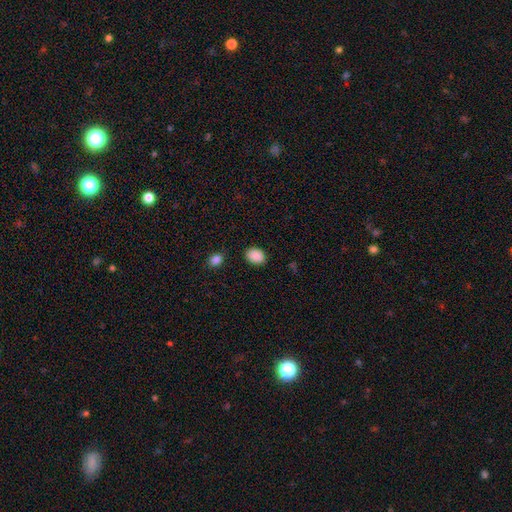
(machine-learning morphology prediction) This is clearly a smooth galaxy (89%). How rounded: likely in between (72%). Merging: clearly none (86%).